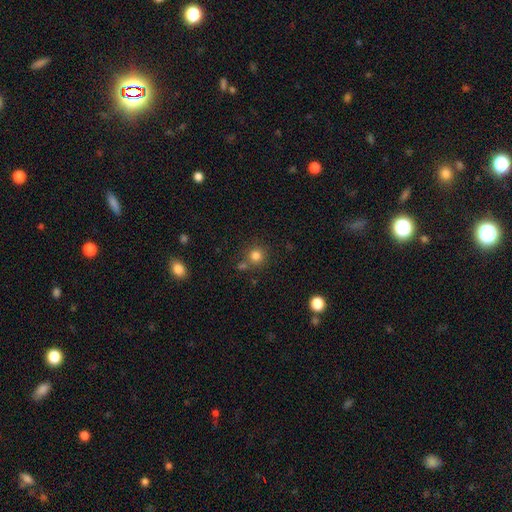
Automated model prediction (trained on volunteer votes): smooth-or-featured: smooth: 81% | star or artifact: 13% | featured or disk: 6%
  how-rounded: round: 92% | in between: 8% | cigar-shaped: 1%
  merging: none: 72% | merger: 14% | minor disturbance: 10% | major disturbance: 4%